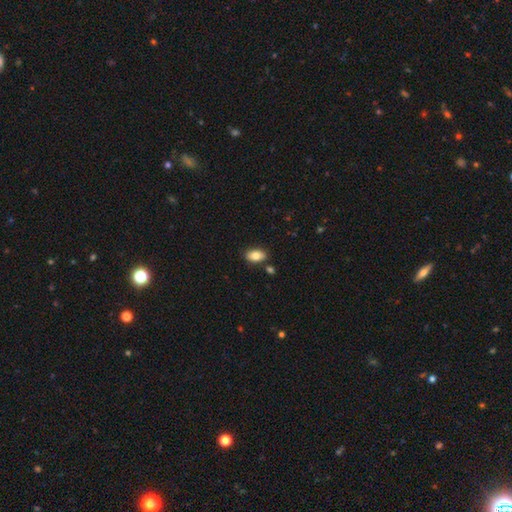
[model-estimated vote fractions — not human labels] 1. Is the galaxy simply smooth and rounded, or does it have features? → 82% smooth, 10% featured or disk, 7% star or artifact.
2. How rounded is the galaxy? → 92% in between, 5% round, 2% cigar-shaped.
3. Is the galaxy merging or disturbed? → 83% none, 10% minor disturbance, 5% merger, 2% major disturbance.